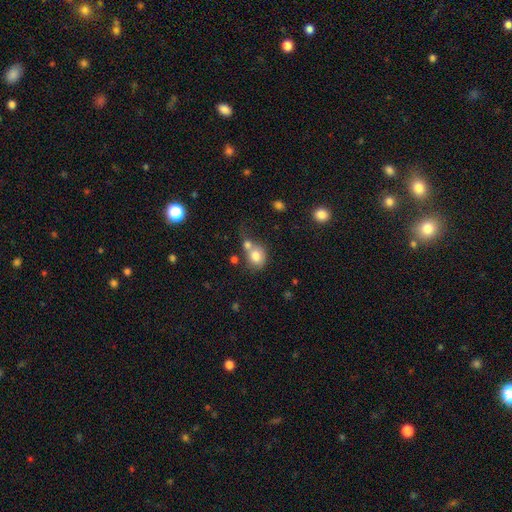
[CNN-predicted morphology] smooth 78%, featured or disk 13%, star or artifact 9%. Down the decision tree: how rounded — round (72%); merging — merger (45%).